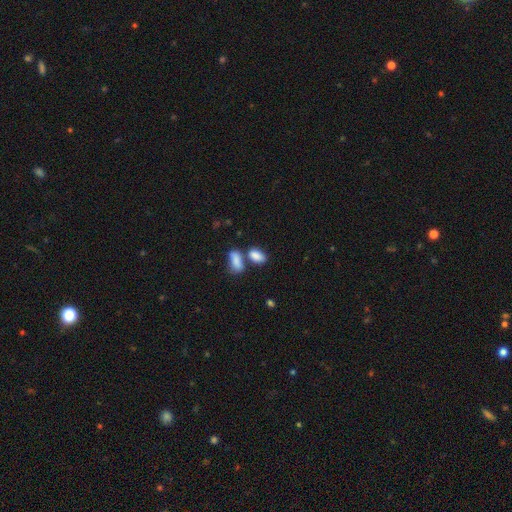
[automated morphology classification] Smooth or featured: smooth — 86% (star or artifact — 8%)
How rounded: in between — 90% (round — 6%)
Merging: none — 43% (merger — 40%)